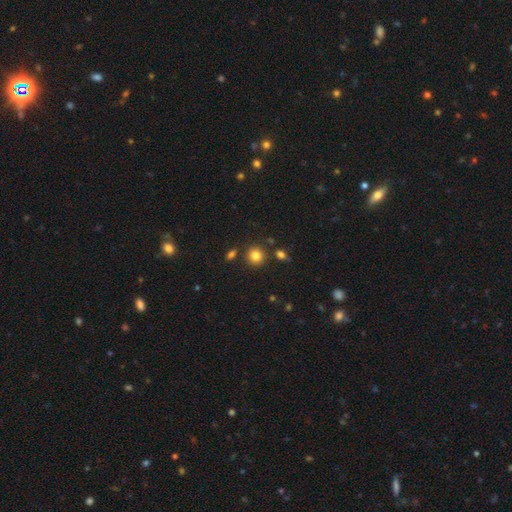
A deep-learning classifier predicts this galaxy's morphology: This appears to be a smooth galaxy with no disk features (82%) that is round (88%). Merging: none (84%).